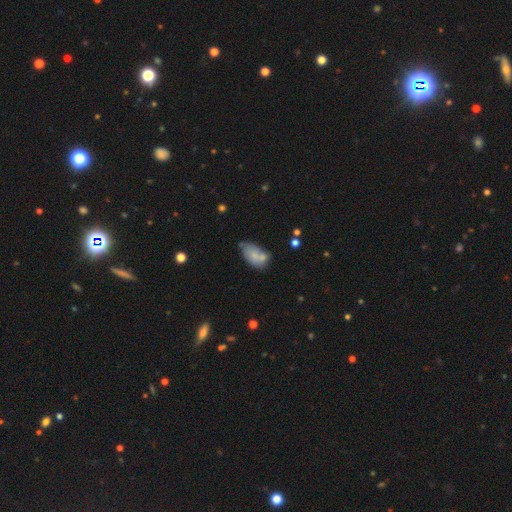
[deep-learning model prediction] smooth 70%, featured or disk 22%, star or artifact 8%. Down the decision tree: how rounded — in between (92%); merging — none (40%).